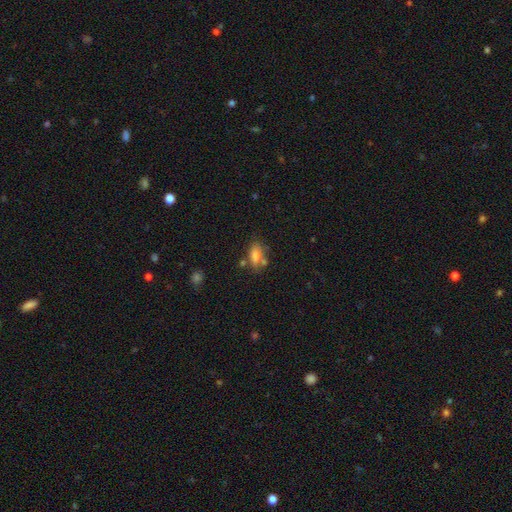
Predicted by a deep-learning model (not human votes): smooth_or_featured: smooth (p=0.77) [alt: featured or disk p=0.12]
how_rounded: in between (p=0.83) [alt: cigar-shaped p=0.11]
merging: none (p=0.56) [alt: minor disturbance p=0.19]